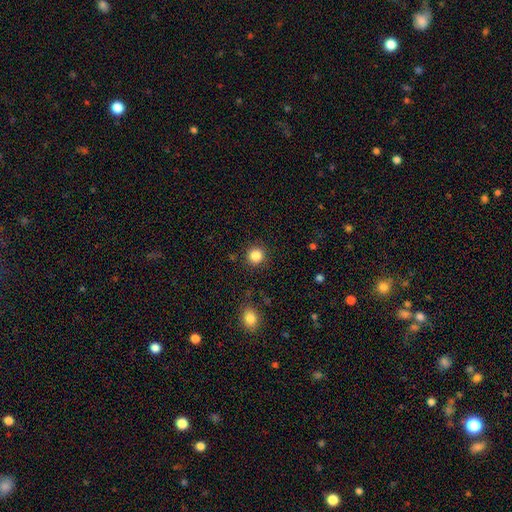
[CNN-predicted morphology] This is clearly a smooth galaxy (85%). How rounded: clearly round (93%). Merging: clearly none (89%).